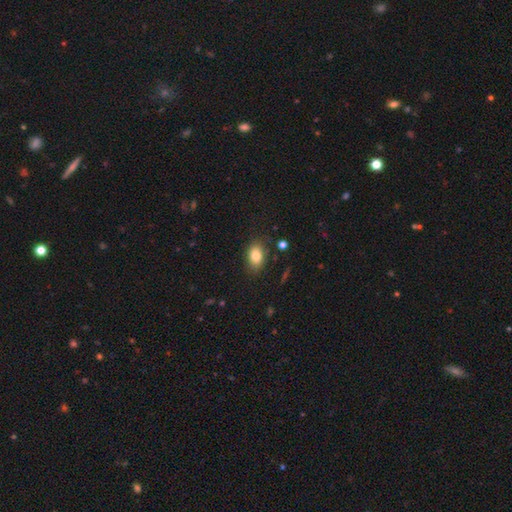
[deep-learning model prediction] Morphology: type=smooth (83%); roundness=in between (84%); merging=none (81%).